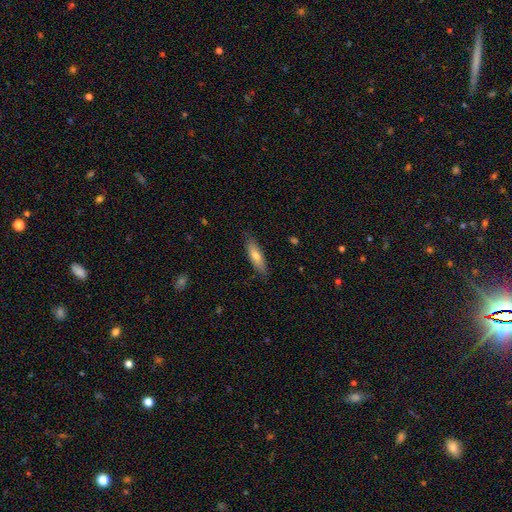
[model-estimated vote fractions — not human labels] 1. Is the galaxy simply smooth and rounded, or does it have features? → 66% smooth, 27% featured or disk, 6% star or artifact.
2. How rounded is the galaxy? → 56% cigar-shaped, 41% in between, 2% round.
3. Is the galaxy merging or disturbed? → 84% none, 12% minor disturbance, 2% major disturbance, 1% merger.